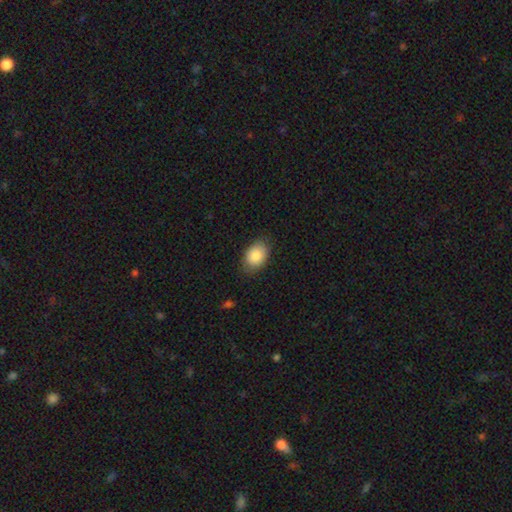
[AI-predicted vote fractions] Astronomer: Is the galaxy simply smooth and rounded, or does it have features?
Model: smooth — 85%.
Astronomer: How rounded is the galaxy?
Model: in between — 82%.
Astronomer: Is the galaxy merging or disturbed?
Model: none — 80%.